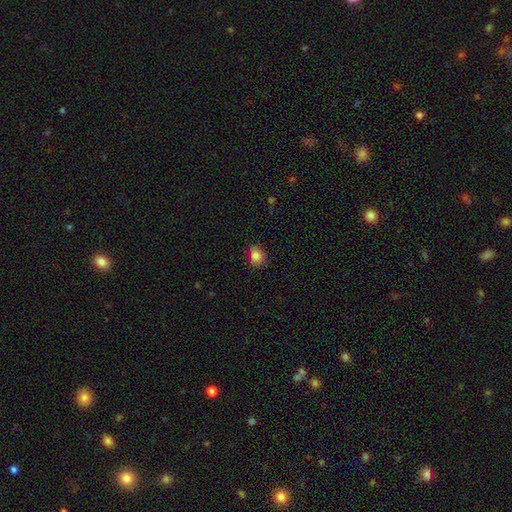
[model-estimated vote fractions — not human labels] Smooth or featured: smooth — 84% (star or artifact — 11%)
How rounded: round — 57% (in between — 42%)
Merging: none — 80% (minor disturbance — 16%)